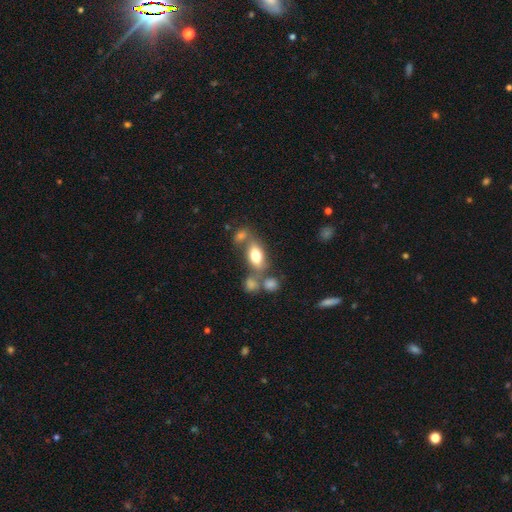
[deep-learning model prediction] Overall: smooth (72%). How rounded: in between (85%). Merging: none (49%; merger 29%).